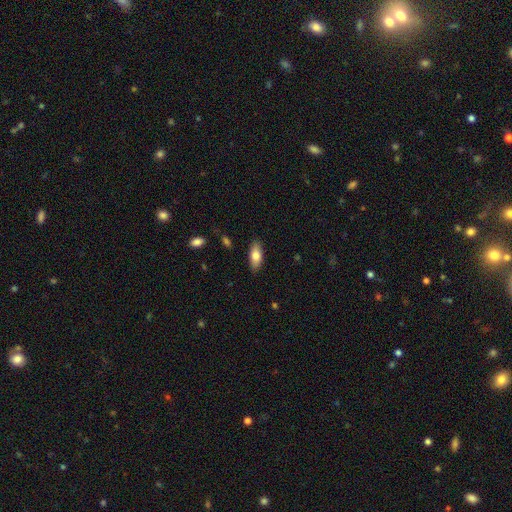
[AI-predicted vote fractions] Smooth or featured? Predicted: smooth (p=0.77). How rounded? Predicted: in between (p=0.81). Merging? Predicted: none (p=0.86).